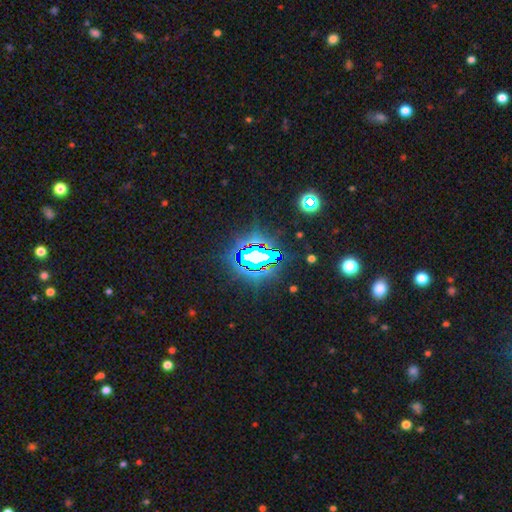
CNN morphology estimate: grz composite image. It shows a star or artifact, not a galaxy (75%).